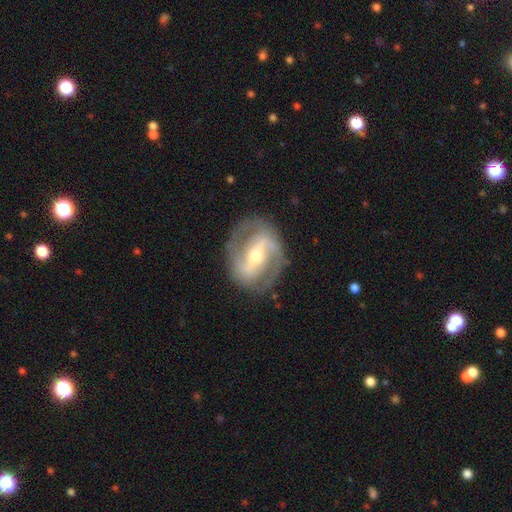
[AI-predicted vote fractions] Smooth or featured? featured or disk (86%)
Edge-on disk? no (96%)
Bar? strong (53%)
Spiral arms? yes (92%)
Spiral winding? medium (49%)
Spiral arm count? 2 (87%)
Bulge size? moderate (60%)
Merging? none (82%)